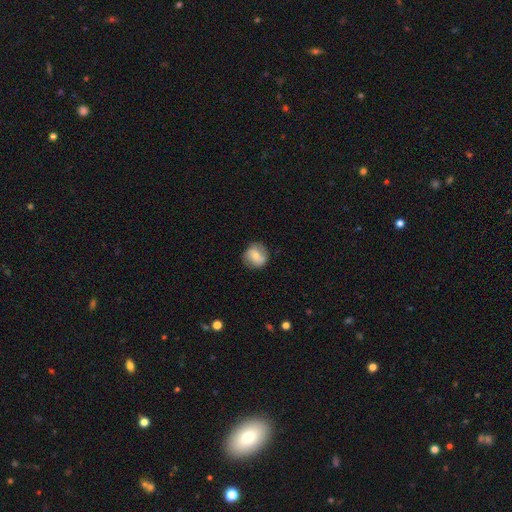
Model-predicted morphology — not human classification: A smooth galaxy with no disk features (54%) that is round (87%). Merging: none (82%).